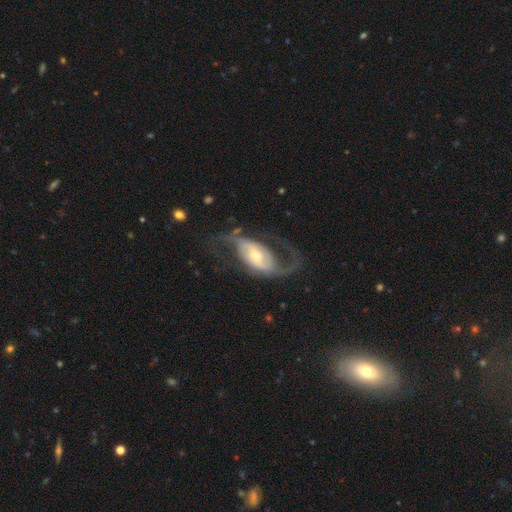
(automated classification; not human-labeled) A featured or disk galaxy (84%) with a weak bar (37%), 2 (87%) loose (57%) spiral arms (92%) and a small central bulge (46%).

Vote fractions:
- Smooth or featured? featured or disk: 84% / smooth: 11% / star or artifact: 5%
- Edge-on disk? no: 95% / yes: 5%
- Bar? weak: 37% / no: 32% / strong: 30%
- Spiral arms? yes: 92% / no: 8%
- Spiral winding? loose: 57% / medium: 35% / tight: 8%
- Spiral arm count? 2: 87% / 1: 6% / can't tell: 4% / 3: 1% / 4: 1% / more than 4: 1%
- Bulge size? small: 46% / moderate: 45% / large: 7% / dominant: 2% / none: 1%
- Merging? none: 60% / major disturbance: 23% / minor disturbance: 15% / merger: 3%